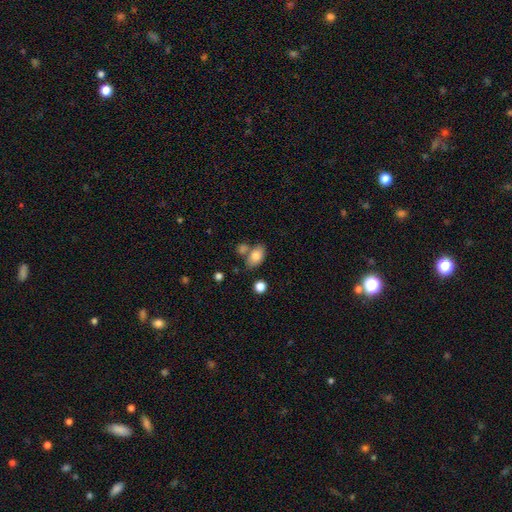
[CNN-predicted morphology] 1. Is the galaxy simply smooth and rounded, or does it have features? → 81% smooth, 11% featured or disk, 8% star or artifact.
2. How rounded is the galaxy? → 87% in between, 12% round, 2% cigar-shaped.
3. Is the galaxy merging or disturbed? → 57% none, 23% merger, 15% minor disturbance, 5% major disturbance.